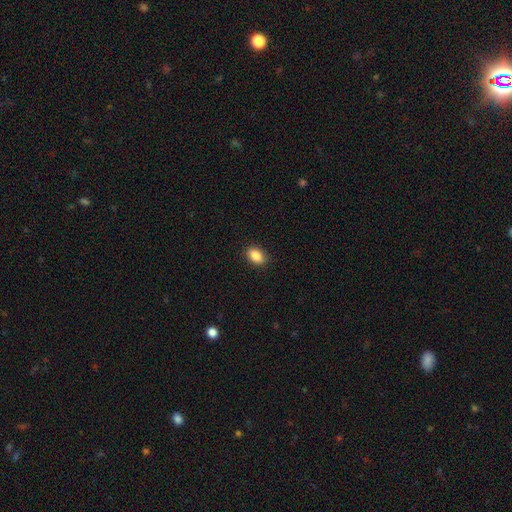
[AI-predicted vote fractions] smooth-or-featured: smooth: 88% | star or artifact: 8% | featured or disk: 4%
  how-rounded: in between: 85% | round: 13% | cigar-shaped: 2%
  merging: none: 88% | minor disturbance: 9% | major disturbance: 2% | merger: 1%